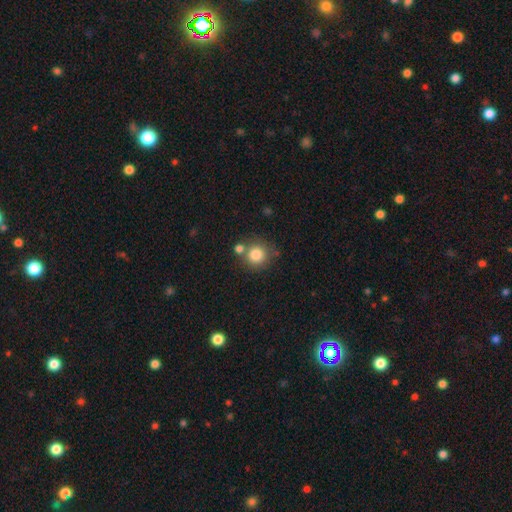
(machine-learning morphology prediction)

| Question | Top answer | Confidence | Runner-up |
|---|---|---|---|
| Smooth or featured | smooth | 82% | star or artifact (11%) |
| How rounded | round | 92% | in between (7%) |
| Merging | none | 67% | merger (19%) |